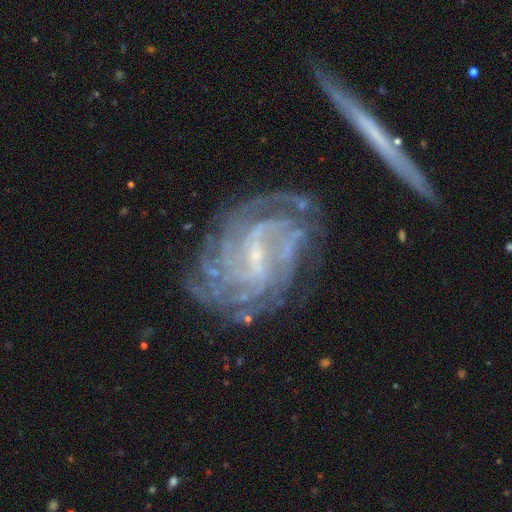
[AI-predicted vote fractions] This appears to be a featured or disk galaxy (87%) with a weak bar (52%), tight (59%) spiral arms (94%) and a small central bulge (69%). Merging: none (65%).